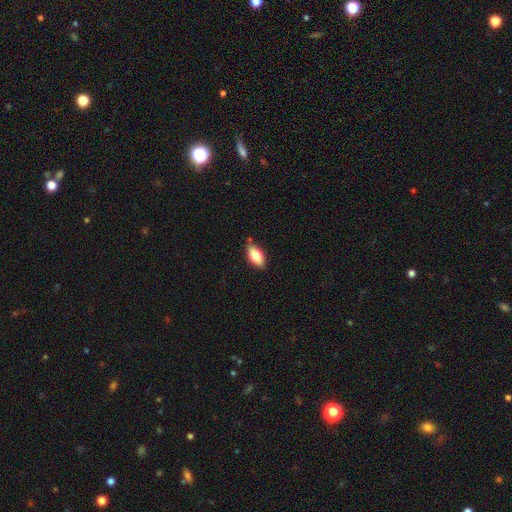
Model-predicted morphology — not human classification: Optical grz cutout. It shows a smooth galaxy with no disk features (78%) that is in between round and cigar-shaped (88%). Merging: none (77%).